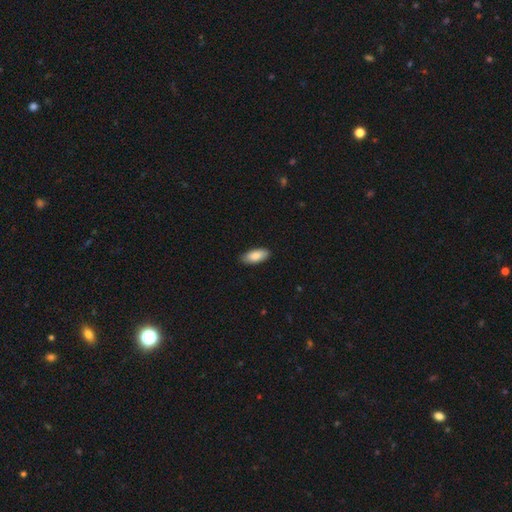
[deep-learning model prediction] Smooth or featured: smooth — 86% (featured or disk — 8%)
How rounded: in between — 88% (cigar-shaped — 10%)
Merging: none — 86% (minor disturbance — 11%)